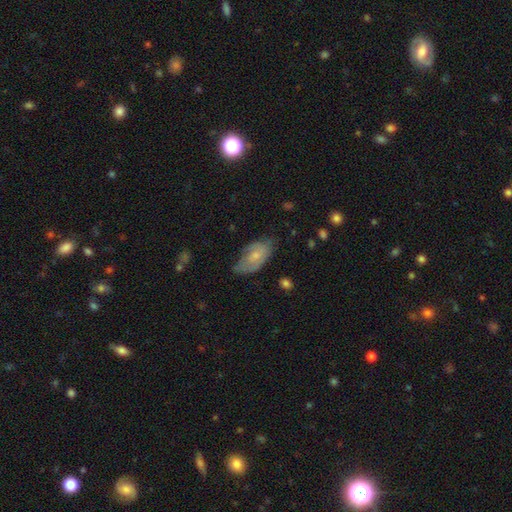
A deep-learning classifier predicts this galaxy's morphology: type=smooth (57%); roundness=in between (92%); merging=none (51%).